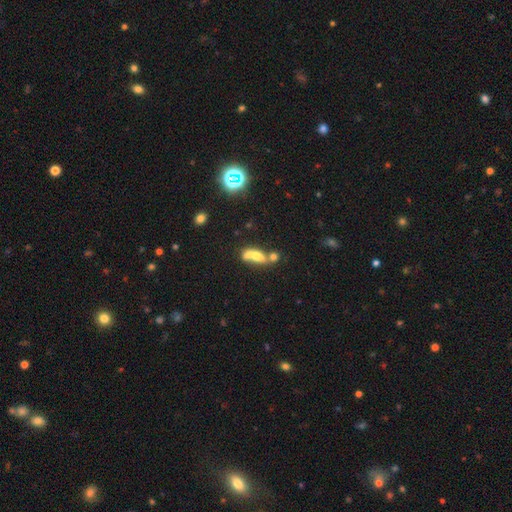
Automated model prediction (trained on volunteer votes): smooth 53%, featured or disk 34%, star or artifact 13%. Down the decision tree: how rounded — in between (66%); merging — merger (53%).